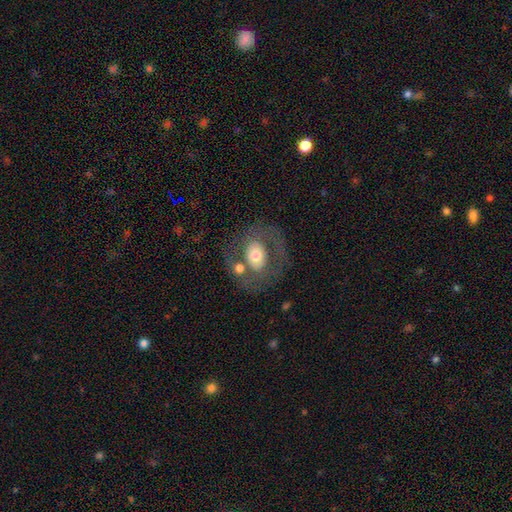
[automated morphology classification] A featured or disk galaxy (48%).

Vote fractions:
- Smooth or featured? featured or disk: 48% / smooth: 44% / star or artifact: 8%
- Merging? none: 56% / minor disturbance: 16% / merger: 15% / major disturbance: 13%